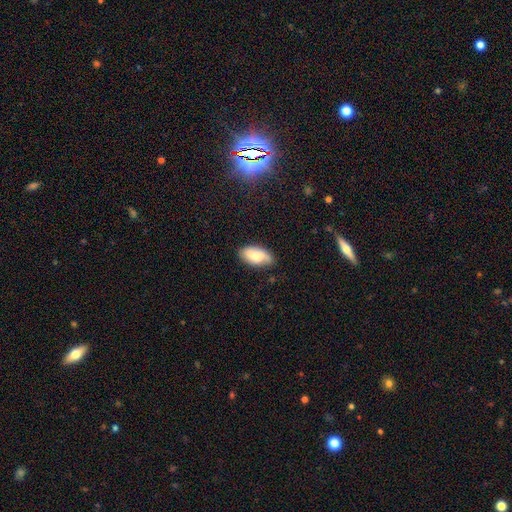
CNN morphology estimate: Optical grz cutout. It shows a smooth galaxy with no disk features (67%) that is in between round and cigar-shaped (92%). Merging: none (74%).